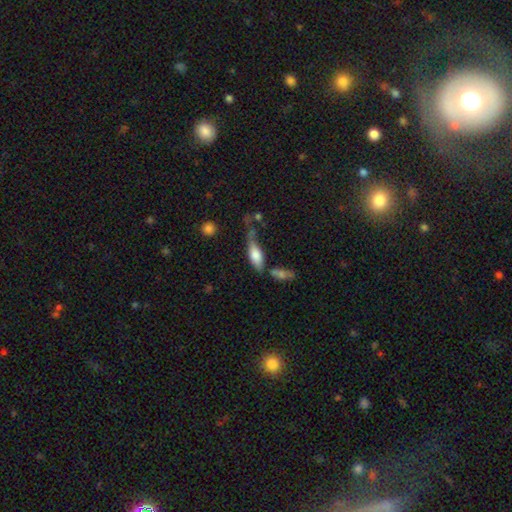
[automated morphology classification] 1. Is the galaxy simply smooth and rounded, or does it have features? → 69% smooth, 24% featured or disk, 7% star or artifact.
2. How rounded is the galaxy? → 71% in between, 26% cigar-shaped, 3% round.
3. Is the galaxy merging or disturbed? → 31% none, 27% minor disturbance, 23% major disturbance, 19% merger.